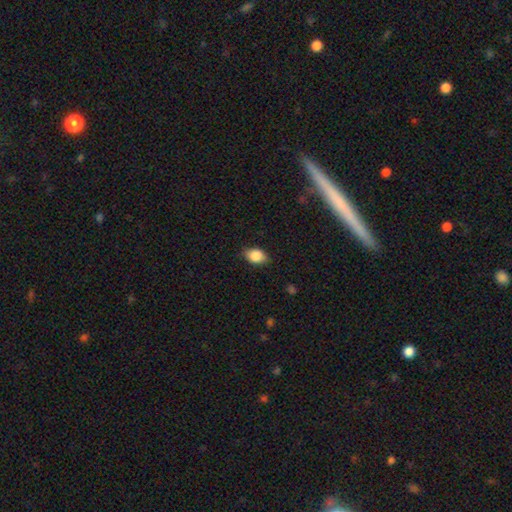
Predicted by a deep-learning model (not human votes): This is clearly a smooth galaxy (85%). How rounded: likely in between (79%). Merging: clearly none (80%).